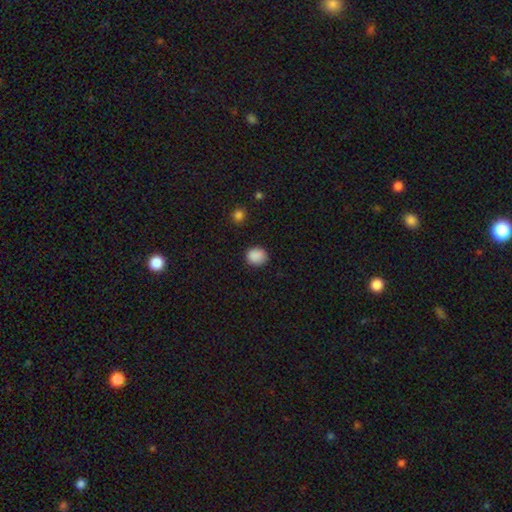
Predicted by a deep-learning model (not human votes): This is clearly a smooth galaxy (88%). How rounded: likely round (71%). Merging: clearly none (84%).